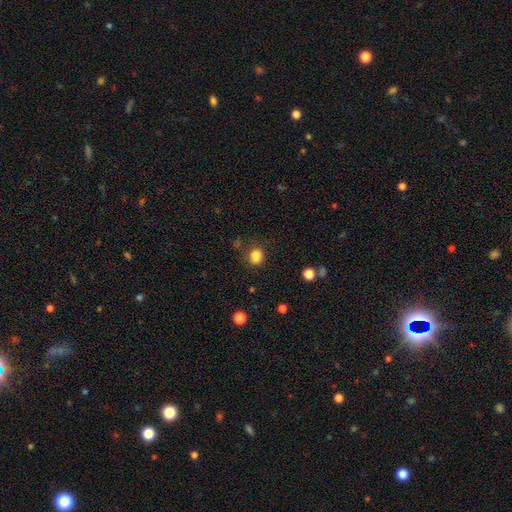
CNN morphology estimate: smooth 83%, star or artifact 12%, featured or disk 5%. Down the decision tree: how rounded — in between (51%); merging — none (67%).